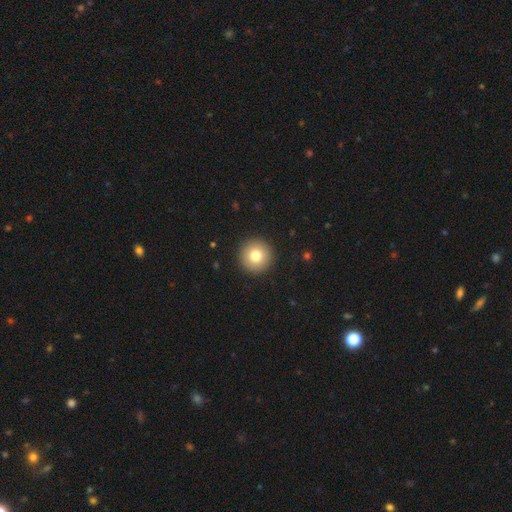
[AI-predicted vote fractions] This appears to be a smooth galaxy with no disk features (79%) that is round (96%). Merging: none (93%).